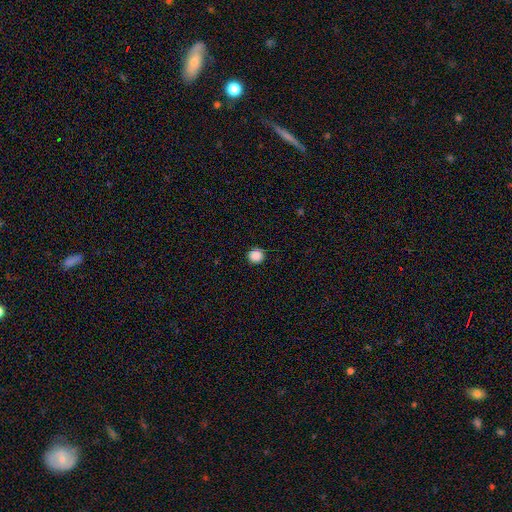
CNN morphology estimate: type=smooth (88%); roundness=round (94%); merging=none (92%).